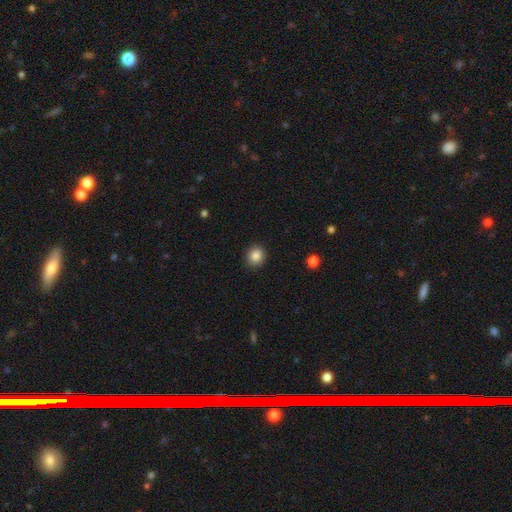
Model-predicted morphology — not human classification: Q: Smooth or featured?
A: smooth (85%); runner-up: star or artifact (10%)
Q: How rounded?
A: round (87%); runner-up: in between (13%)
Q: Merging?
A: none (91%); runner-up: minor disturbance (6%)